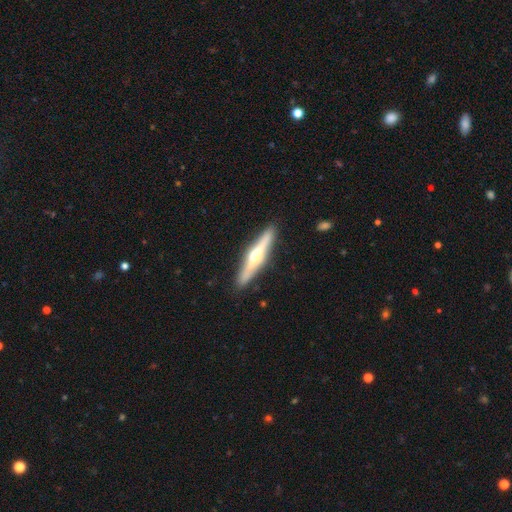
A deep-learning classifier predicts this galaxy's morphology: smooth-or-featured: featured or disk: 70% | smooth: 25% | star or artifact: 5%
  disk-edge-on: yes: 97% | no: 3%
    edge-on-bulge: rounded: 93% | boxy: 3% | none: 3%
  merging: none: 90% | minor disturbance: 7% | major disturbance: 2% | merger: 1%